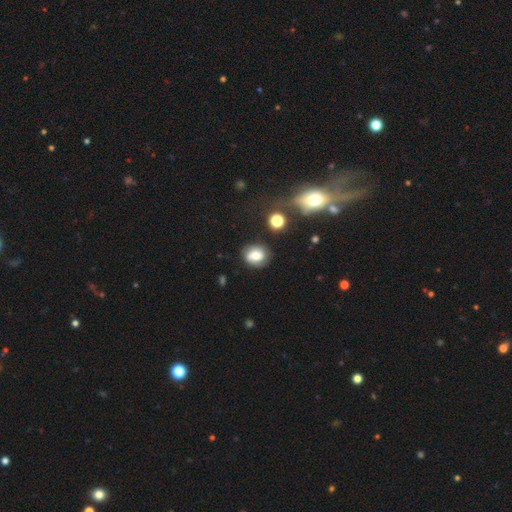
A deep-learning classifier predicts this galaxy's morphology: type=smooth (62%); roundness=round (67%); merging=none (77%).